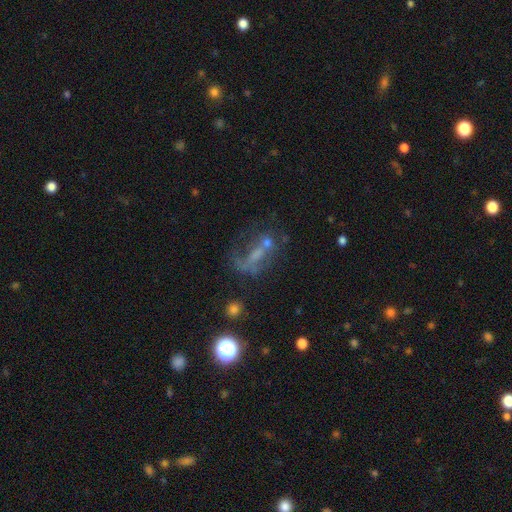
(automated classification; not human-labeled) Smooth or featured?
  - featured or disk: 49% *
  - star or artifact: 26%
  - smooth: 25%
Merging?
  - none: 36% *
  - major disturbance: 34%
  - minor disturbance: 16%
  - merger: 15%